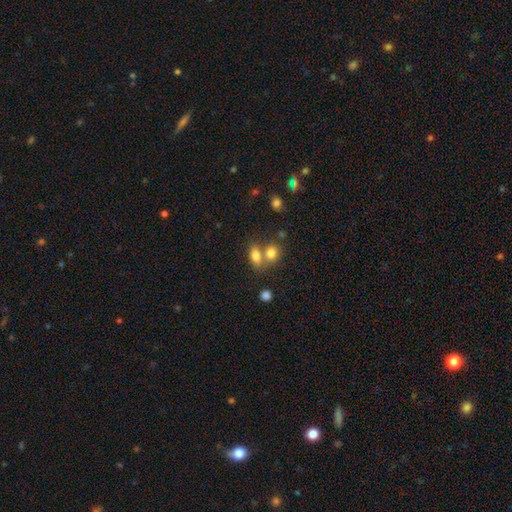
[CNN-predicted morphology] smooth_or_featured: smooth (p=0.79) [alt: star or artifact p=0.11]
how_rounded: in between (p=0.76) [alt: round p=0.21]
merging: merger (p=0.46) [alt: none p=0.39]